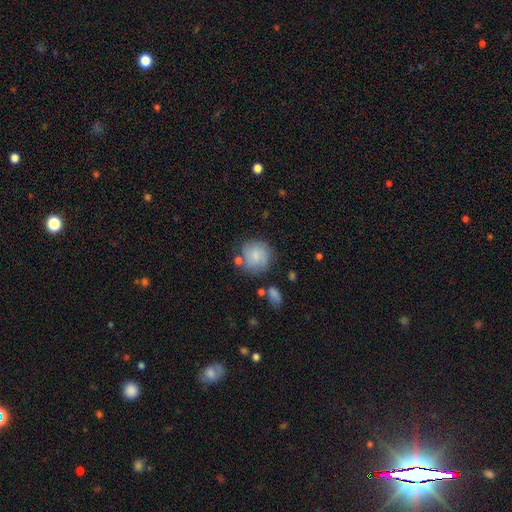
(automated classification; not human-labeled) A smooth galaxy with no disk features (75%) that is round (88%).

Vote fractions:
- Smooth or featured? smooth: 75% / featured or disk: 17% / star or artifact: 8%
- How rounded? round: 88% / in between: 11% / cigar-shaped: 1%
- Merging? none: 67% / minor disturbance: 19% / merger: 8% / major disturbance: 7%